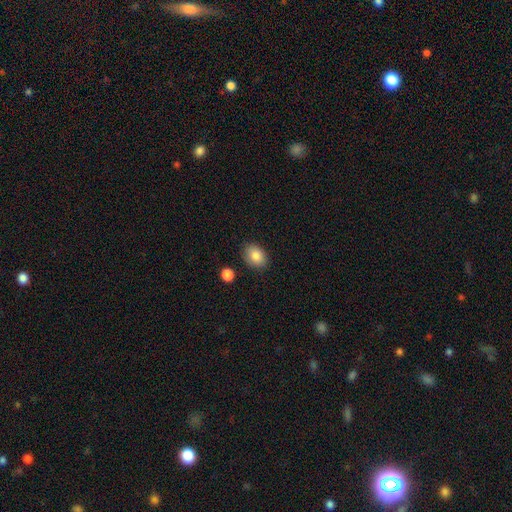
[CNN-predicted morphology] type=smooth (85%); roundness=in between (75%); merging=none (84%).